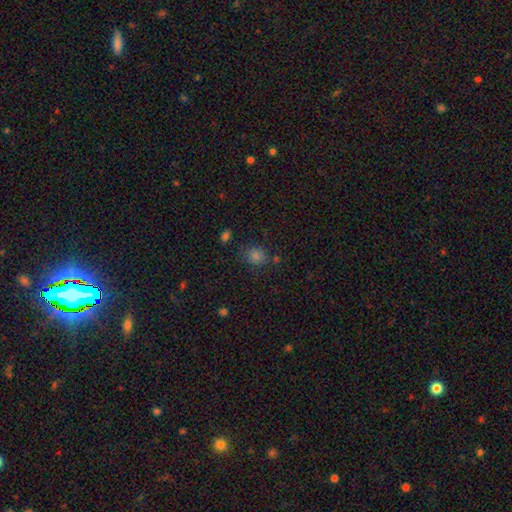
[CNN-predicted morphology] This is likely a smooth galaxy (75%). How rounded: likely round (68%). Merging: likely none (75%).